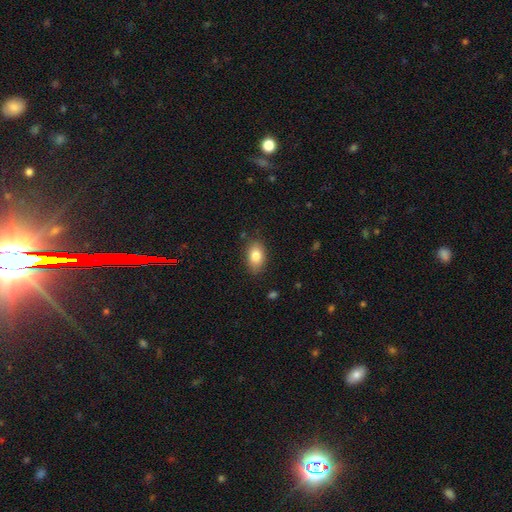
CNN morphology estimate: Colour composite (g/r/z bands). It shows a smooth galaxy with no disk features (82%) that is in between round and cigar-shaped (88%). Merging: none (83%).